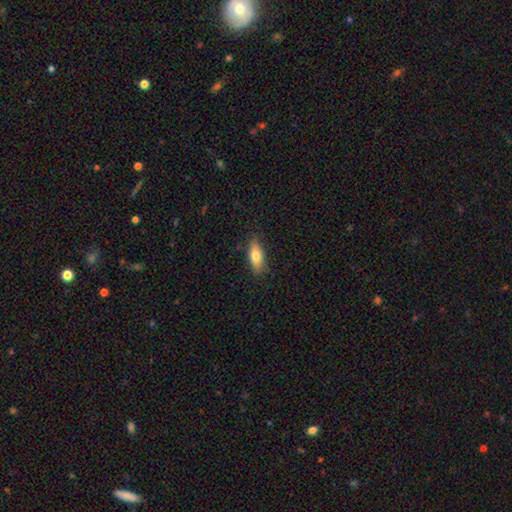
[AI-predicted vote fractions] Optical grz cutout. It shows a smooth galaxy with no disk features (77%) that is in between round and cigar-shaped (75%). Merging: none (82%).